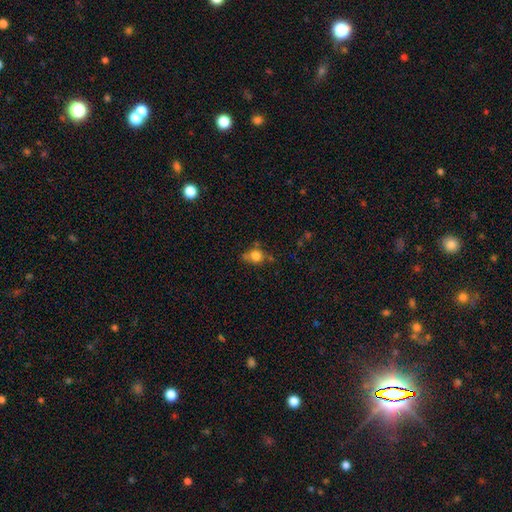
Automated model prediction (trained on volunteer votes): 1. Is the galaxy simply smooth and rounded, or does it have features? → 77% smooth, 12% star or artifact, 11% featured or disk.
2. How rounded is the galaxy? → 68% round, 30% in between, 2% cigar-shaped.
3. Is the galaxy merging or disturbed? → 53% none, 27% minor disturbance, 11% merger, 9% major disturbance.